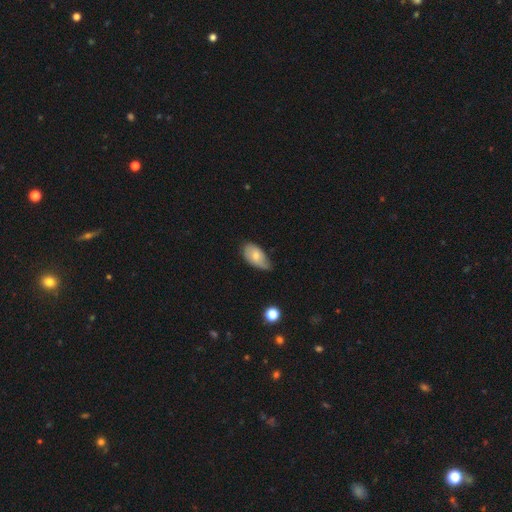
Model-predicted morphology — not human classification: Smooth or featured? Predicted: smooth (p=0.64). How rounded? Predicted: in between (p=0.92). Merging? Predicted: none (p=0.47).